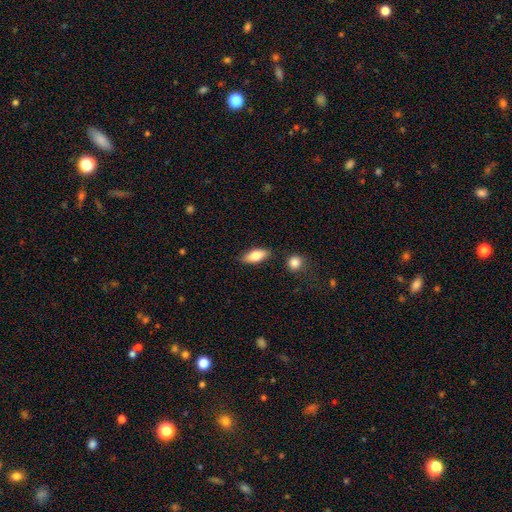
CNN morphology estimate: Smooth or featured? smooth (77%)
How rounded? in between (80%)
Merging? none (82%)